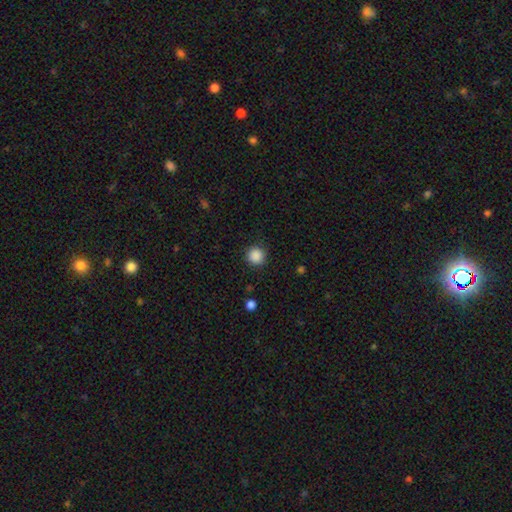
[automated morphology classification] This is clearly a smooth galaxy (88%). How rounded: clearly round (95%). Merging: clearly none (90%).